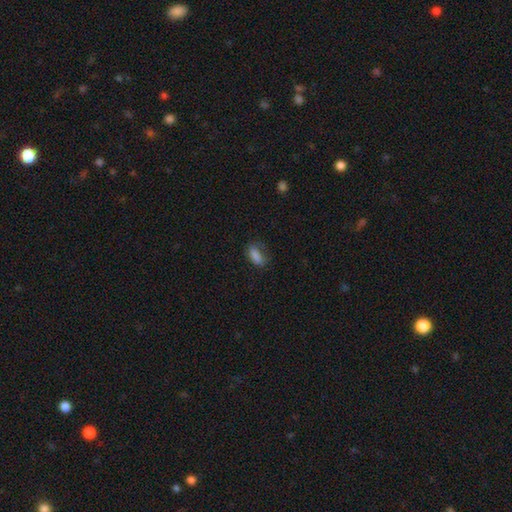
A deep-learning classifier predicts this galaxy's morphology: Q: Smooth or featured?
A: smooth (82%); runner-up: star or artifact (10%)
Q: How rounded?
A: in between (74%); runner-up: cigar-shaped (21%)
Q: Merging?
A: none (63%); runner-up: minor disturbance (25%)